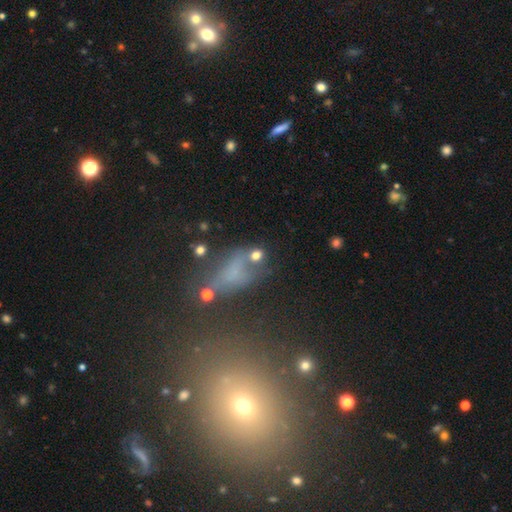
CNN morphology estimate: Q: Smooth or featured?
A: smooth (66%); runner-up: star or artifact (20%)
Q: How rounded?
A: round (65%); runner-up: in between (30%)
Q: Merging?
A: none (51%); runner-up: merger (20%)